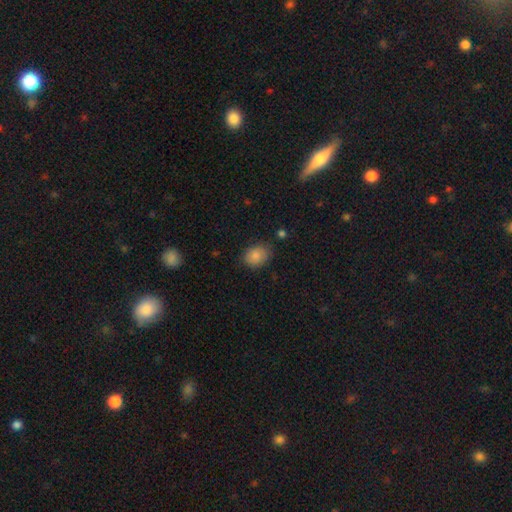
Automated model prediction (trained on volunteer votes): smooth_or_featured: smooth (p=0.85) [alt: star or artifact p=0.08]
how_rounded: in between (p=0.61) [alt: round p=0.39]
merging: none (p=0.78) [alt: minor disturbance p=0.17]